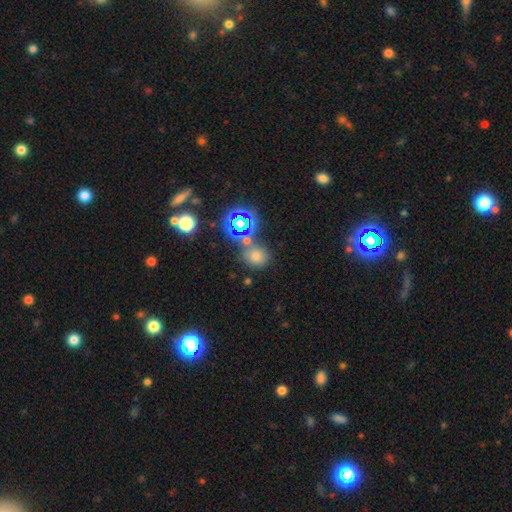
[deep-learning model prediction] Smooth or featured?
  - smooth: 56% *
  - star or artifact: 37%
  - featured or disk: 8%
How rounded?
  - round: 78% *
  - in between: 20%
  - cigar-shaped: 1%
Merging?
  - none: 70% *
  - merger: 14%
  - minor disturbance: 11%
  - major disturbance: 5%